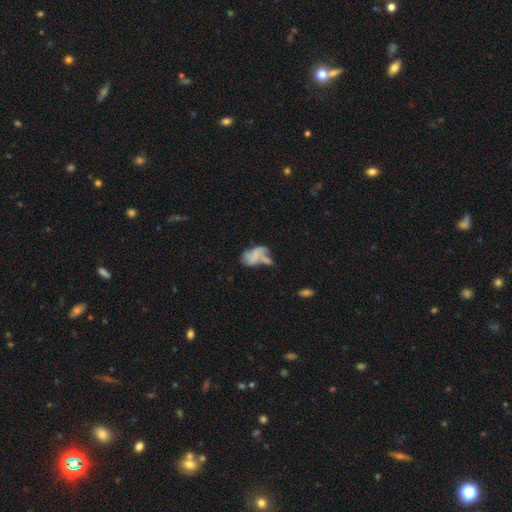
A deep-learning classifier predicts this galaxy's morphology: The model was most divided on "merging": merger: 29%, major disturbance: 28%, none: 24%, minor disturbance: 19%. More confident: how rounded — in between (88%); smooth or featured — smooth (51%).